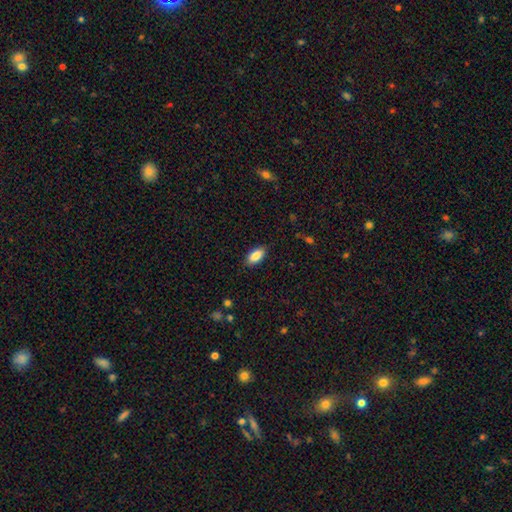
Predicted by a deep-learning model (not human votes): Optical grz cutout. It shows a smooth galaxy with no disk features (87%) that is in between round and cigar-shaped (90%). Merging: none (87%).